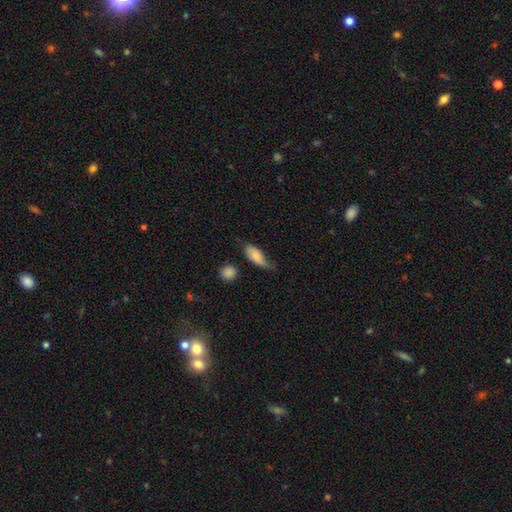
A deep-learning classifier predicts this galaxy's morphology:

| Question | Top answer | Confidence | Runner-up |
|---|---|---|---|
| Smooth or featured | smooth | 71% | featured or disk (22%) |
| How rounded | in between | 80% | cigar-shaped (16%) |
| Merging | none | 42% | minor disturbance (39%) |